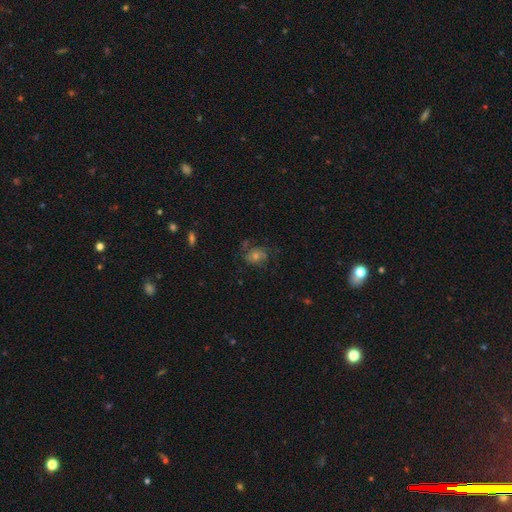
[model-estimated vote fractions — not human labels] featured or disk 47%, smooth 31%, star or artifact 22%. Down the decision tree: merging — none (63%).